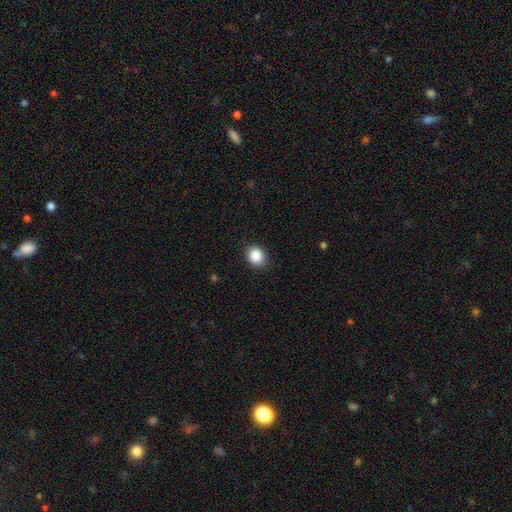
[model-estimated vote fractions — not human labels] Morphology: type=smooth (87%); roundness=round (59%); merging=none (88%).